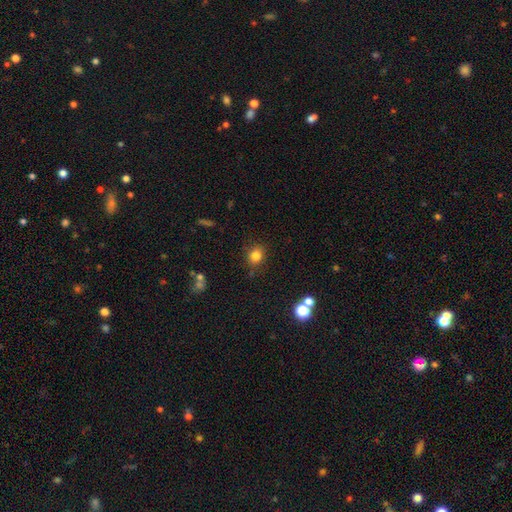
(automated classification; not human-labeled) Smooth or featured? Predicted: smooth (p=0.82). How rounded? Predicted: round (p=0.73). Merging? Predicted: none (p=0.83).